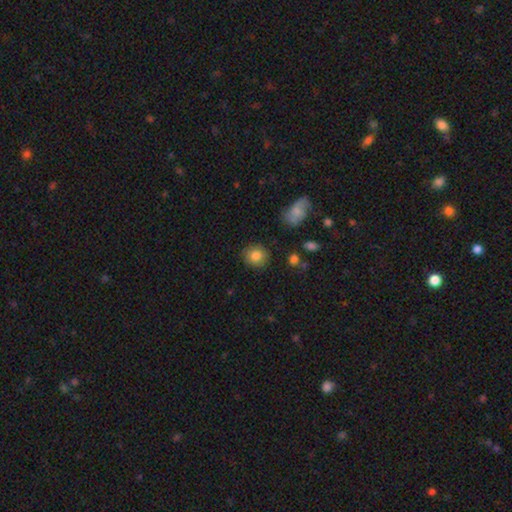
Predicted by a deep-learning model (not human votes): A smooth galaxy with no disk features (83%) that is round (83%).

Vote fractions:
- Smooth or featured? smooth: 83% / featured or disk: 9% / star or artifact: 9%
- How rounded? round: 83% / in between: 16% / cigar-shaped: 1%
- Merging? none: 85% / minor disturbance: 11% / major disturbance: 3% / merger: 2%